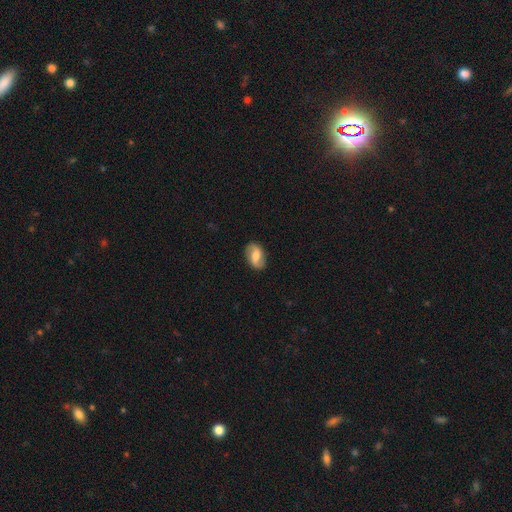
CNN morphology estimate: A featured or disk galaxy (63%) with a weak bar (48%), 2 (90%) loose (46%) spiral arms (91%) and a moderate central bulge (48%). Merging: none (84%).